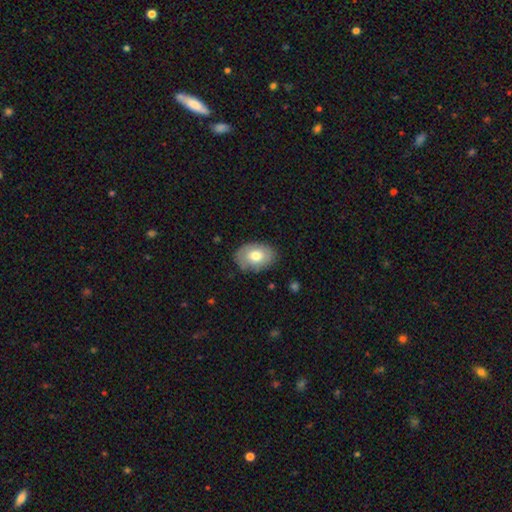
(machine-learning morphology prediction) Smooth or featured: smooth — 71% (featured or disk — 23%)
How rounded: in between — 81% (round — 18%)
Merging: none — 79% (minor disturbance — 16%)